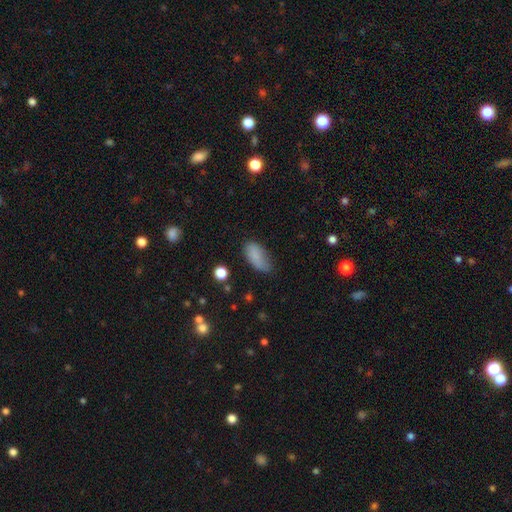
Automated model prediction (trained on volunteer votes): smooth-or-featured: smooth: 83% | star or artifact: 9% | featured or disk: 8%
  how-rounded: in between: 87% | cigar-shaped: 11% | round: 3%
  merging: none: 64% | minor disturbance: 27% | major disturbance: 7% | merger: 2%